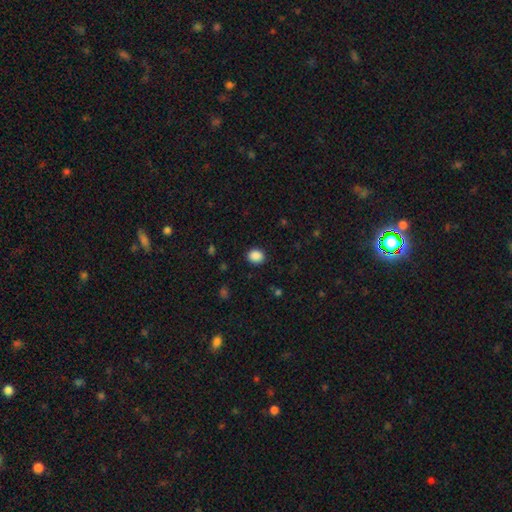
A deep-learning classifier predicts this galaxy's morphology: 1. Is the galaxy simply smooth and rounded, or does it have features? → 88% smooth, 9% star or artifact, 3% featured or disk.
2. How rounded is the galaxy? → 61% round, 38% in between, 1% cigar-shaped.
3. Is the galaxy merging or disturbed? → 89% none, 7% minor disturbance, 2% major disturbance, 1% merger.